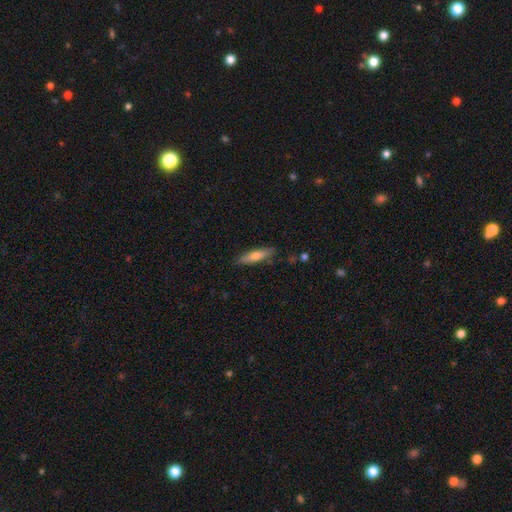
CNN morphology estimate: A smooth galaxy with no disk features (61%) that is cigar-shaped (78%). Merging: none (85%).